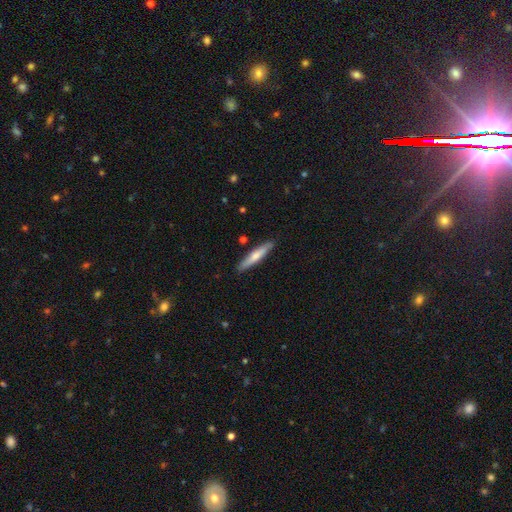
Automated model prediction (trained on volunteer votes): Smooth or featured: smooth — 59% (featured or disk — 35%)
How rounded: cigar-shaped — 90% (in between — 8%)
Merging: none — 88% (minor disturbance — 8%)